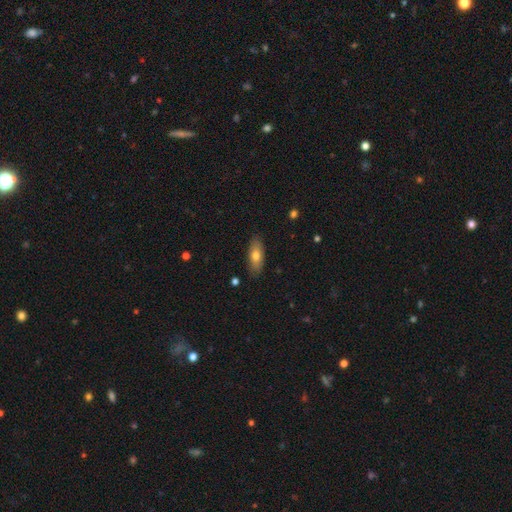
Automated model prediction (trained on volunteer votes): Overall: smooth (72%). How rounded: in between (75%). Merging: none (86%).